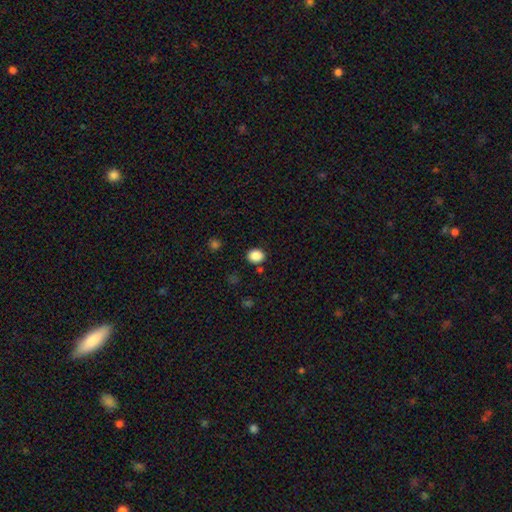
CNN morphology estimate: This is clearly a smooth galaxy (87%). How rounded: likely round (62%). Merging: clearly none (84%).